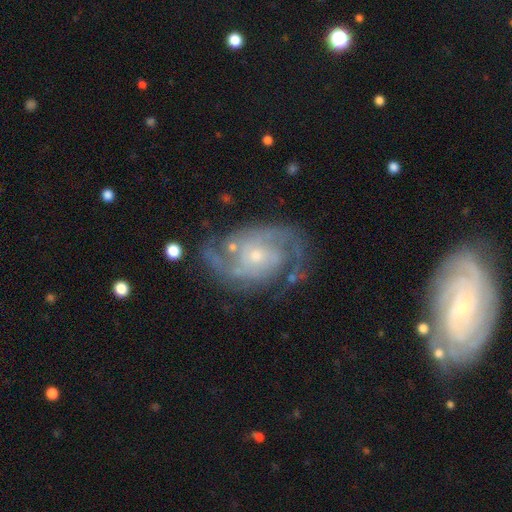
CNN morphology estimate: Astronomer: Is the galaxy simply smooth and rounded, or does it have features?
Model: featured or disk — 90%.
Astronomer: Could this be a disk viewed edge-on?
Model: no — 97%.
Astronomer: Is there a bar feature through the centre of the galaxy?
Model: no — 65%.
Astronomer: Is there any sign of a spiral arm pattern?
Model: yes — 97%.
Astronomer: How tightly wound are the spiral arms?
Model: medium — 50% (runner-up: tight, 37%).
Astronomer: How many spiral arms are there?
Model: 2 — 76%.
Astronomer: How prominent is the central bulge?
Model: small — 62%.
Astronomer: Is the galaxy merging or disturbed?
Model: none — 70%.